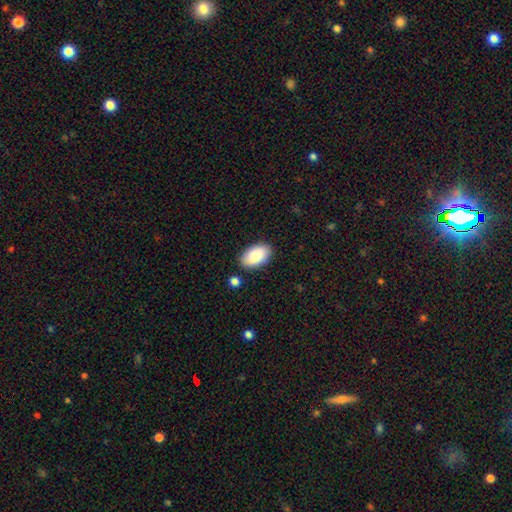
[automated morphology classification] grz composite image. It shows a smooth galaxy with no disk features (88%) that is in between round and cigar-shaped (95%). Merging: none (85%).